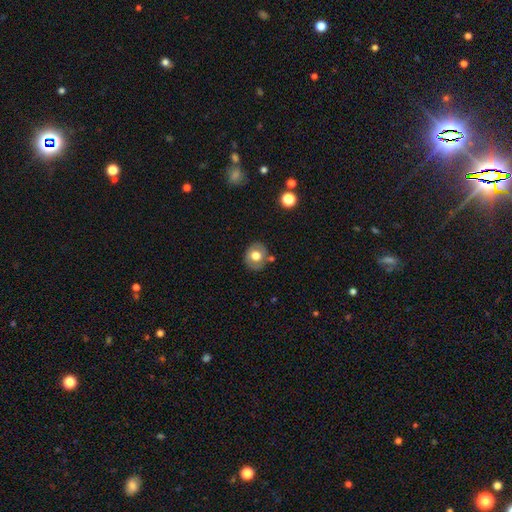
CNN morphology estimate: Smooth or featured? Predicted: smooth (p=0.64). How rounded? Predicted: round (p=0.72). Merging? Predicted: none (p=0.76).